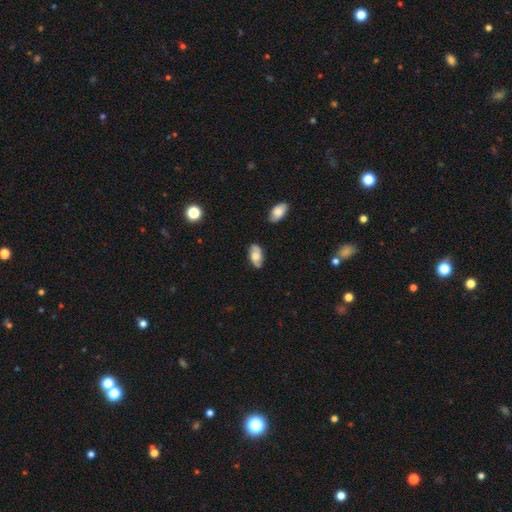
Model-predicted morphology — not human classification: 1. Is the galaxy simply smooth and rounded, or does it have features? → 47% smooth, 44% featured or disk, 8% star or artifact.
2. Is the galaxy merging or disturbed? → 76% none, 18% minor disturbance, 4% major disturbance, 2% merger.